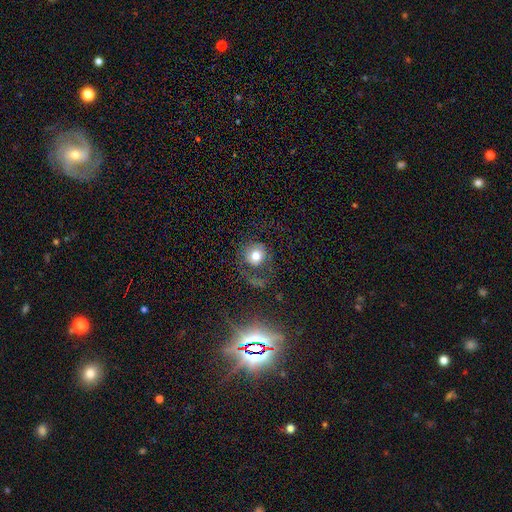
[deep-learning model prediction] Morphology: type=smooth (67%); roundness=round (87%); merging=none (54%).